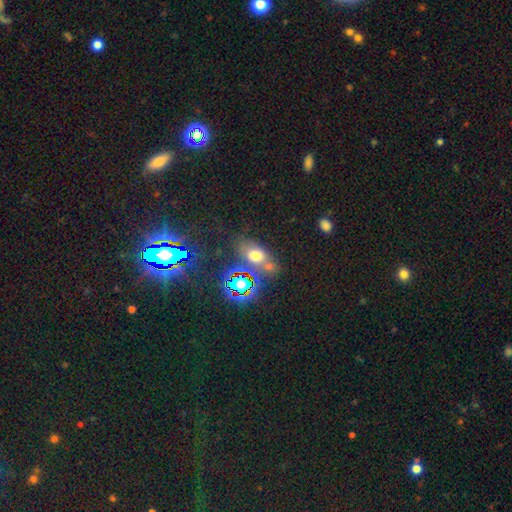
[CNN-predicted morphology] Q: Smooth or featured?
A: smooth (57%); runner-up: star or artifact (30%)
Q: How rounded?
A: in between (71%); runner-up: round (24%)
Q: Merging?
A: none (56%); runner-up: merger (20%)